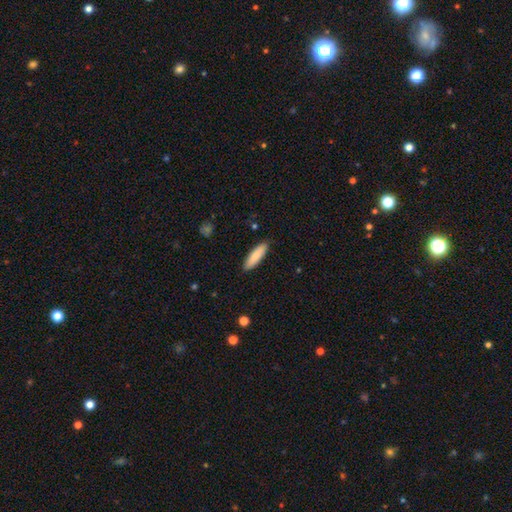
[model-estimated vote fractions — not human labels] Q: Smooth or featured?
A: smooth (84%); runner-up: featured or disk (10%)
Q: How rounded?
A: cigar-shaped (63%); runner-up: in between (36%)
Q: Merging?
A: none (90%); runner-up: minor disturbance (8%)